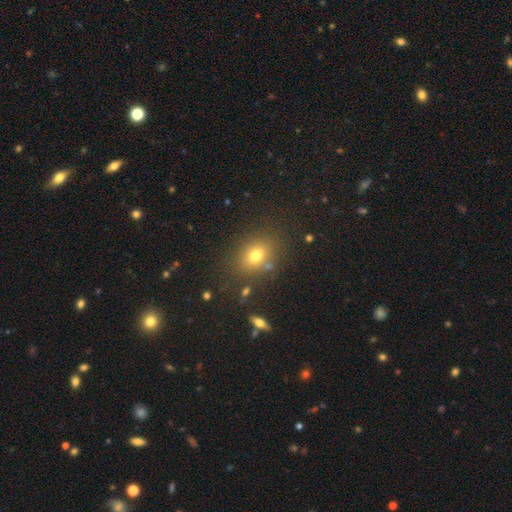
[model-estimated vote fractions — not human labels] Q: Smooth or featured?
A: smooth (72%); runner-up: star or artifact (17%)
Q: How rounded?
A: in between (55%); runner-up: round (44%)
Q: Merging?
A: none (80%); runner-up: minor disturbance (11%)